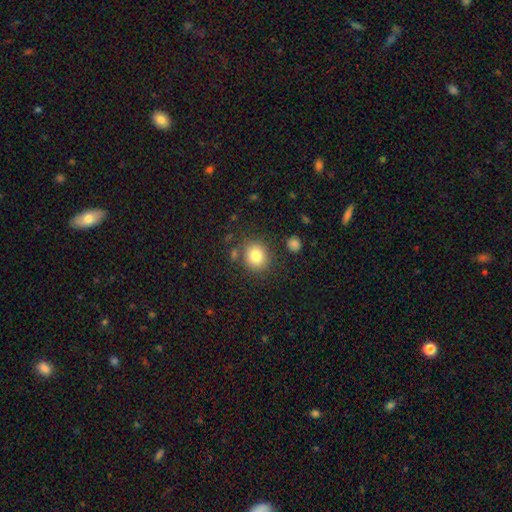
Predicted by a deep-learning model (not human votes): smooth-or-featured: smooth: 81% | star or artifact: 11% | featured or disk: 8%
  how-rounded: round: 77% | in between: 22% | cigar-shaped: 1%
  merging: none: 81% | minor disturbance: 10% | merger: 5% | major disturbance: 4%